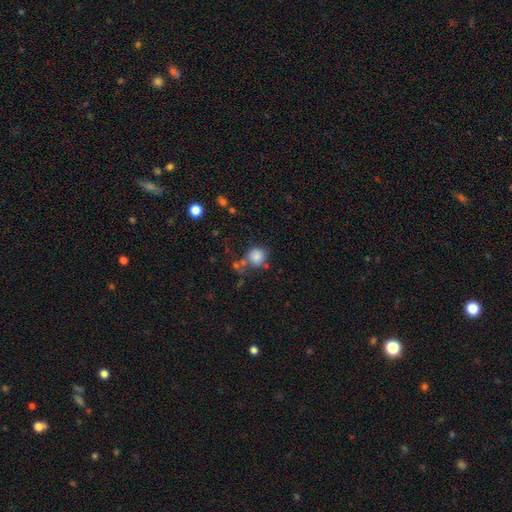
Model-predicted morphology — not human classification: Smooth or featured? smooth (83%)
How rounded? round (87%)
Merging? none (62%)